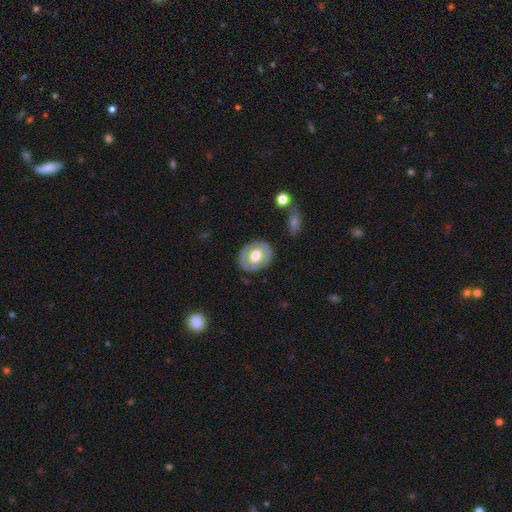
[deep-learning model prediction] Smooth or featured: smooth — 48% (featured or disk — 46%)
Merging: none — 83% (minor disturbance — 12%)